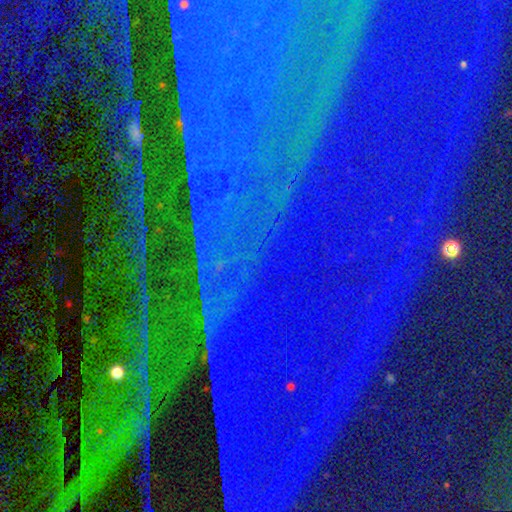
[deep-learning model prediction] A star or artifact, not a galaxy (87%).